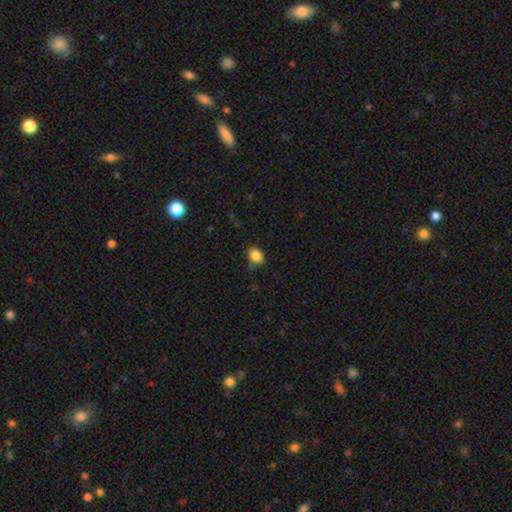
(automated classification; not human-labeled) Smooth or featured?
  - smooth: 86% *
  - star or artifact: 10%
  - featured or disk: 4%
How rounded?
  - in between: 53% *
  - round: 46%
  - cigar-shaped: 1%
Merging?
  - none: 75% *
  - minor disturbance: 19%
  - major disturbance: 4%
  - merger: 2%